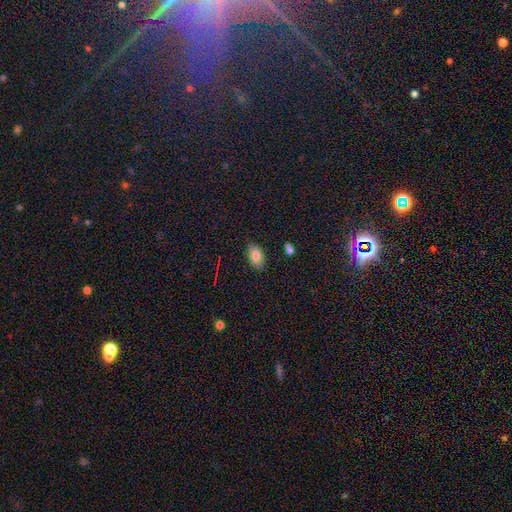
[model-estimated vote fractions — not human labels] This is clearly a smooth galaxy (81%). How rounded: clearly in between (92%). Merging: clearly none (84%).